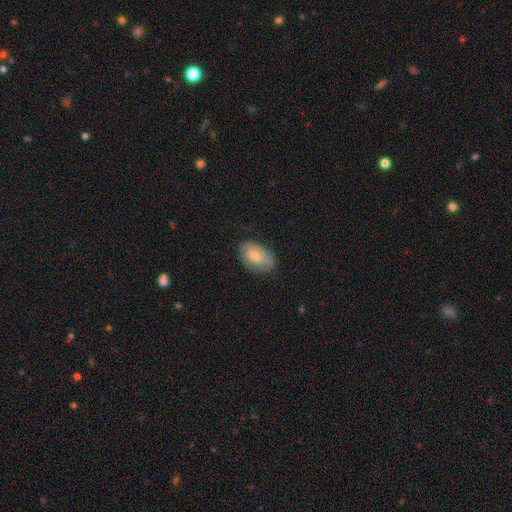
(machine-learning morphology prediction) Smooth or featured? Predicted: featured or disk (p=0.52). Edge-on disk? Predicted: no (p=0.95). Merging? Predicted: none (p=0.76).